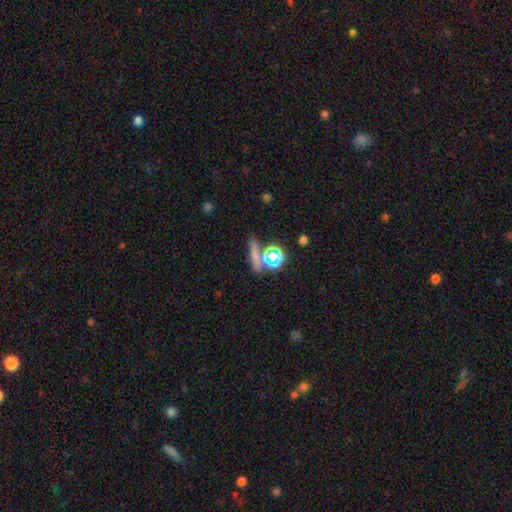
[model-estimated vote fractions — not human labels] Smooth or featured: smooth — 54% (star or artifact — 31%)
How rounded: cigar-shaped — 51% (round — 26%)
Merging: none — 72% (merger — 12%)